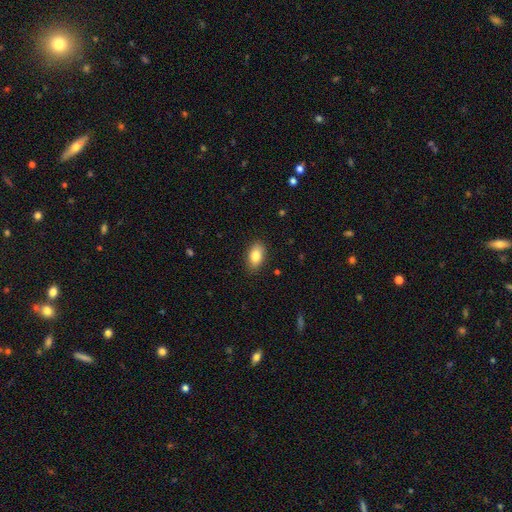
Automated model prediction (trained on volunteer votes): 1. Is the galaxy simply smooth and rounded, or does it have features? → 84% smooth, 9% featured or disk, 7% star or artifact.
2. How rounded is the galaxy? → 91% in between, 6% round, 3% cigar-shaped.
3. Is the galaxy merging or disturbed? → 87% none, 10% minor disturbance, 2% major disturbance, 1% merger.